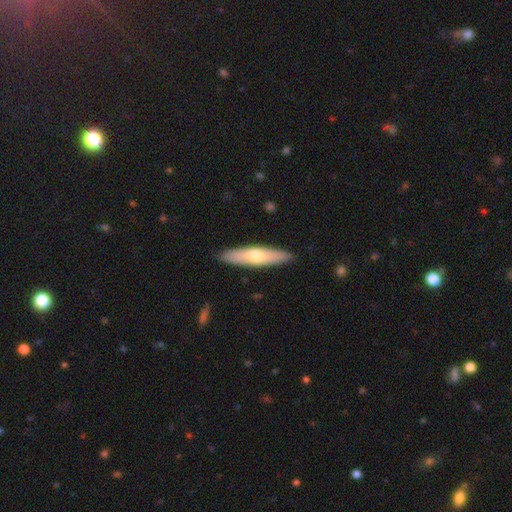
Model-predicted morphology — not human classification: Q: Smooth or featured?
A: smooth (56%); runner-up: featured or disk (39%)
Q: How rounded?
A: cigar-shaped (78%); runner-up: in between (20%)
Q: Merging?
A: none (90%); runner-up: minor disturbance (7%)